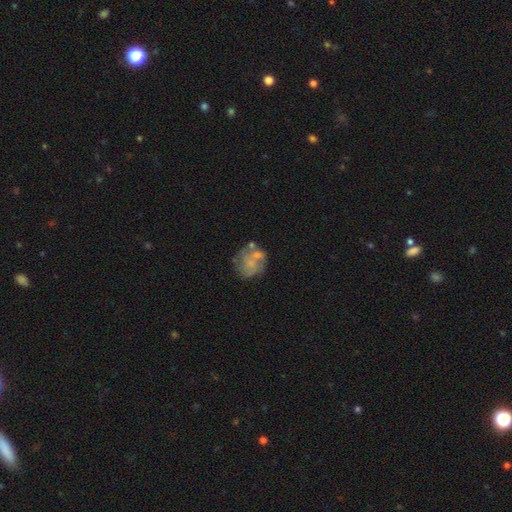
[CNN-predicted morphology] Overall: featured or disk (49%; smooth 30%). Merging: none (67%).